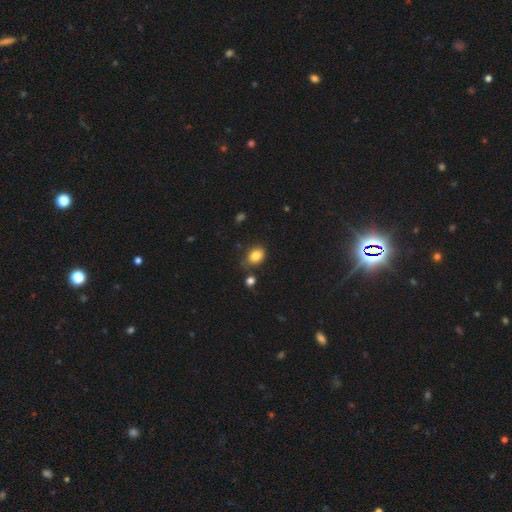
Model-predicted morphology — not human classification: A smooth galaxy with no disk features (84%) that is in between round and cigar-shaped (67%). Merging: none (71%).